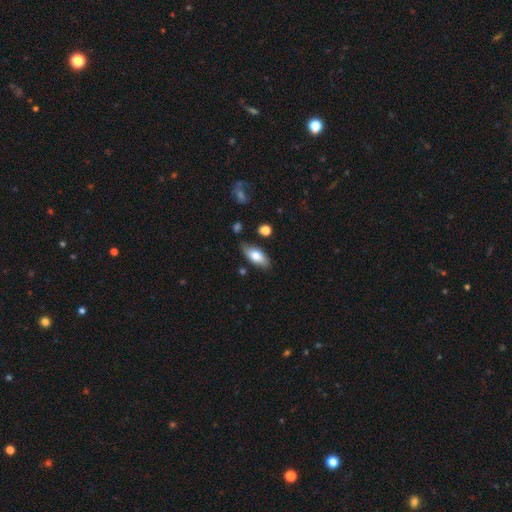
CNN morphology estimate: Smooth or featured?
  - smooth: 71% *
  - featured or disk: 23%
  - star or artifact: 6%
How rounded?
  - in between: 83% *
  - cigar-shaped: 15%
  - round: 3%
Merging?
  - none: 79% *
  - minor disturbance: 15%
  - merger: 3%
  - major disturbance: 3%